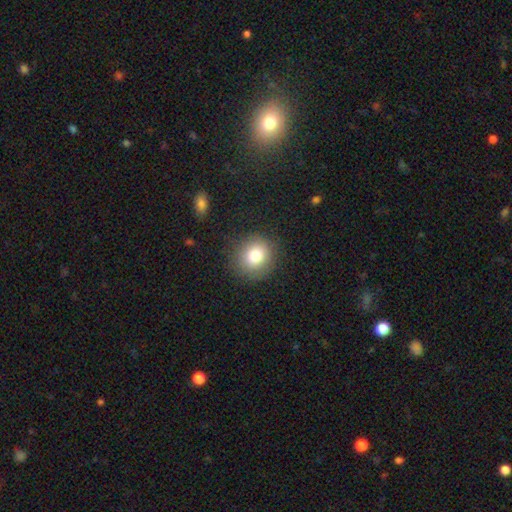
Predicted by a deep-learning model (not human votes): Smooth or featured? smooth (79%)
How rounded? round (86%)
Merging? none (84%)